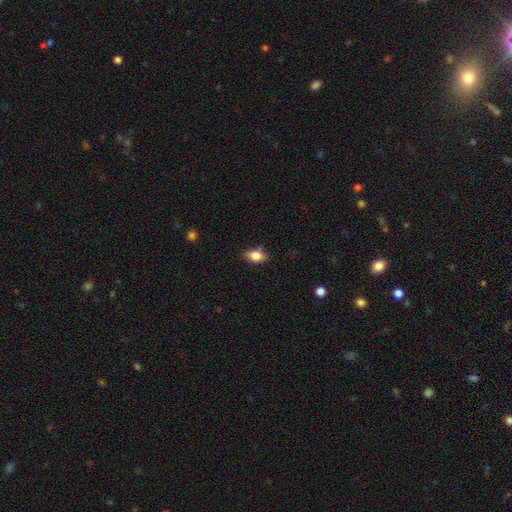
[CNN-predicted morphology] Q: Smooth or featured?
A: smooth (78%); runner-up: featured or disk (13%)
Q: How rounded?
A: in between (81%); runner-up: round (14%)
Q: Merging?
A: none (73%); runner-up: minor disturbance (21%)